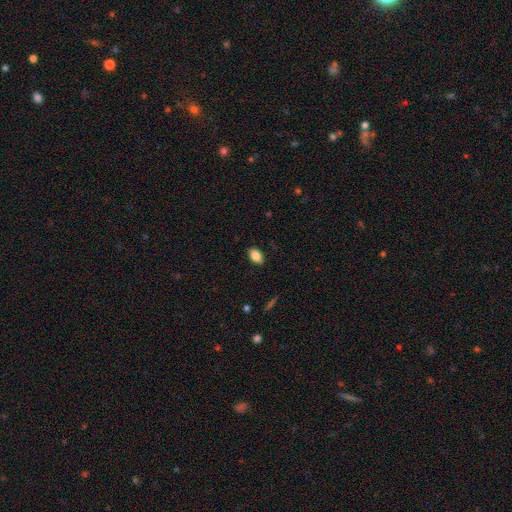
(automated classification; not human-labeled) A smooth galaxy with no disk features (85%) that is in between round and cigar-shaped (90%).

Vote fractions:
- Smooth or featured? smooth: 85% / star or artifact: 8% / featured or disk: 7%
- How rounded? in between: 90% / round: 8% / cigar-shaped: 2%
- Merging? none: 88% / minor disturbance: 9% / major disturbance: 2% / merger: 1%